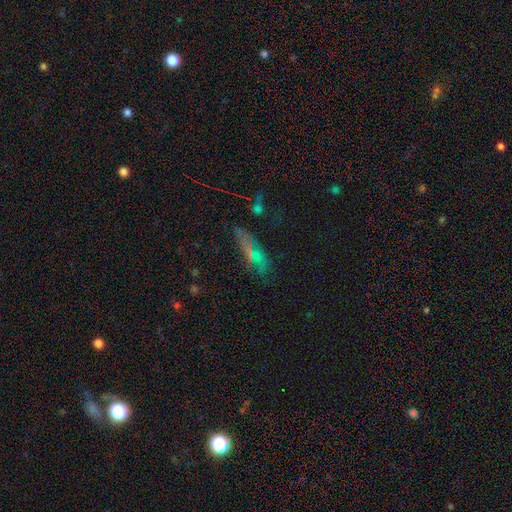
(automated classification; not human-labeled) Overall: smooth (42%; featured or disk 33%). Merging: none (59%; minor disturbance 21%).